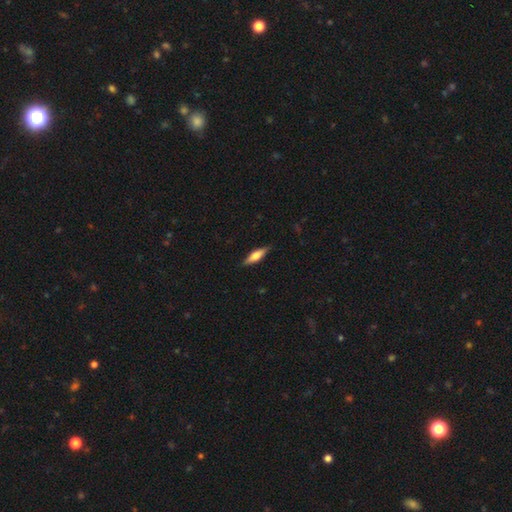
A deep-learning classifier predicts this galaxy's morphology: type=smooth (55%); roundness=cigar-shaped (59%); merging=none (86%).